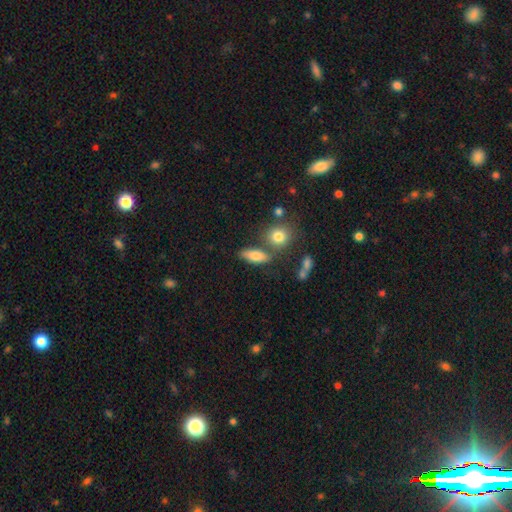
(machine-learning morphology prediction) Smooth or featured? Predicted: smooth (p=0.75). How rounded? Predicted: in between (p=0.67). Merging? Predicted: none (p=0.64).